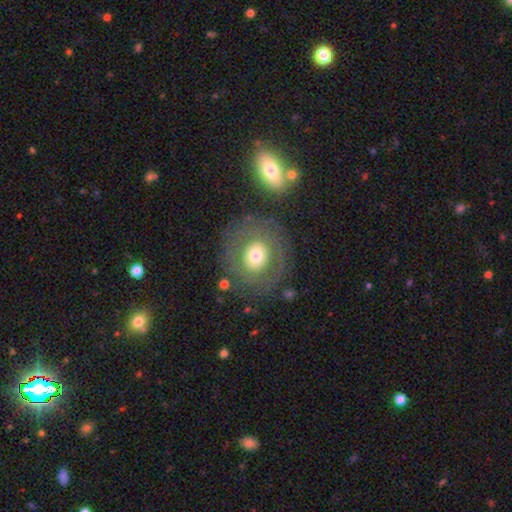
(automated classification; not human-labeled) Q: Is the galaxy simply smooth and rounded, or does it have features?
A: featured or disk — 46%.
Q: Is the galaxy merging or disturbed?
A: none — 79%.